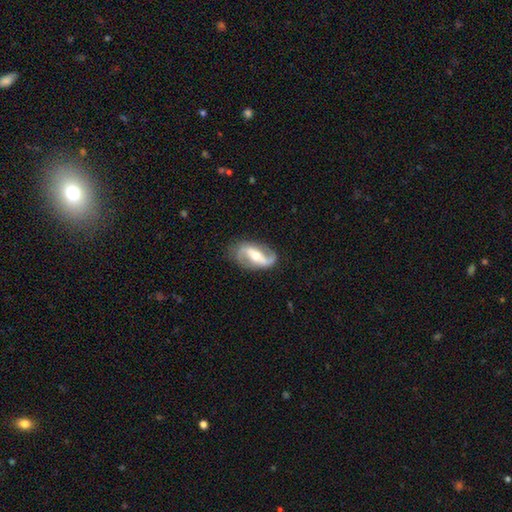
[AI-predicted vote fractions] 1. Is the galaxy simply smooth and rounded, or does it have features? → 86% featured or disk, 9% smooth, 5% star or artifact.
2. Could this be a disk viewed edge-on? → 95% no, 5% yes.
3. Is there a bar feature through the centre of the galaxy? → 50% strong, 32% weak, 19% no.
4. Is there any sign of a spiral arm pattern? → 92% yes, 8% no.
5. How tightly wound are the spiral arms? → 53% loose, 34% medium, 13% tight.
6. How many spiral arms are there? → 91% 2, 3% 1, 3% can't tell, 1% 3, 1% 4, 1% more than 4.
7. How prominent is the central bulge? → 66% moderate, 26% small, 5% large, 1% none, 1% dominant.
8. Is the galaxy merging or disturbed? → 80% none, 13% minor disturbance, 5% major disturbance, 1% merger.